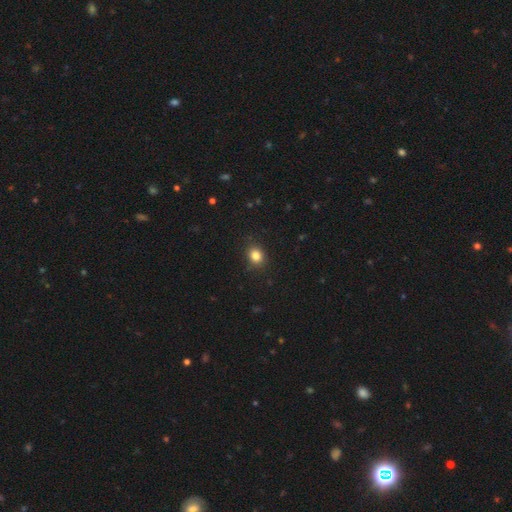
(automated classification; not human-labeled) This appears to be a smooth galaxy with no disk features (83%) that is round (65%). Merging: none (88%).